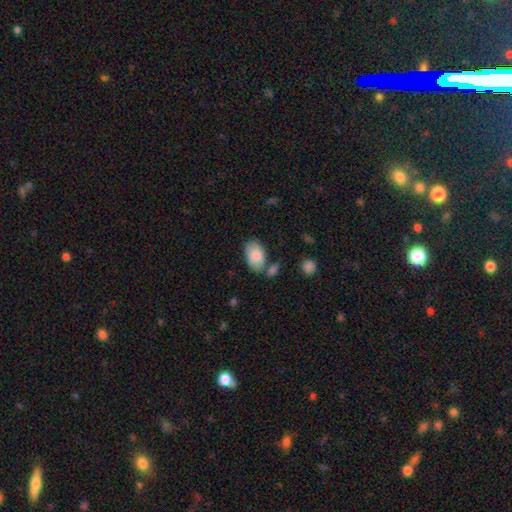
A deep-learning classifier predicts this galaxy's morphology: Overall: smooth (83%). How rounded: in between (92%). Merging: none (64%).